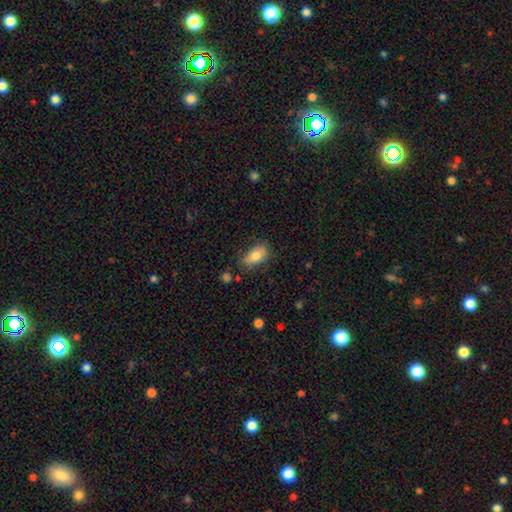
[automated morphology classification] The model was most divided on "merging": none: 74%, minor disturbance: 19%, major disturbance: 4%, merger: 3%. More confident: how rounded — in between (90%); smooth or featured — smooth (79%).